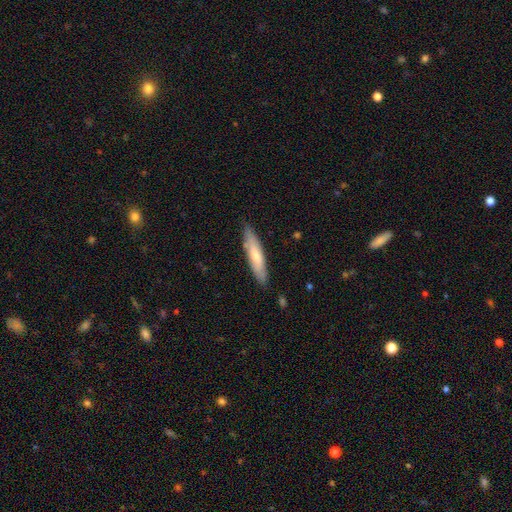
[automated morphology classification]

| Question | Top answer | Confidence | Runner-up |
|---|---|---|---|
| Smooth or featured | smooth | 66% | featured or disk (29%) |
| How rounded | cigar-shaped | 80% | in between (19%) |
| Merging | none | 85% | minor disturbance (12%) |